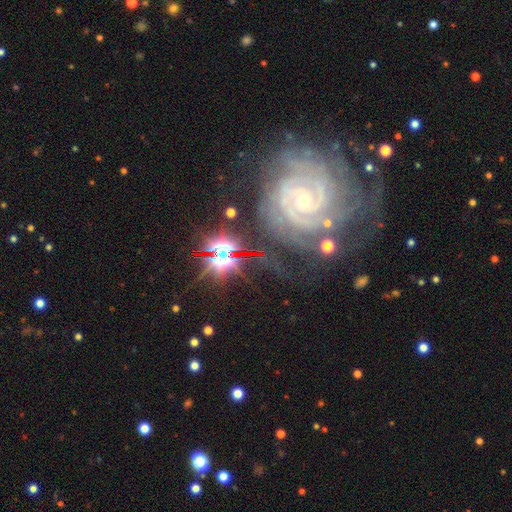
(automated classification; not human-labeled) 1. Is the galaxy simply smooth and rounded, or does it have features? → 81% featured or disk, 12% star or artifact, 6% smooth.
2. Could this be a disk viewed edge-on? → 97% no, 3% yes.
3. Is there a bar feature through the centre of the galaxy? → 56% no, 29% weak, 14% strong.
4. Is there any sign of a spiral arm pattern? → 98% yes, 2% no.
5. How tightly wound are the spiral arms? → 79% tight, 18% medium, 4% loose.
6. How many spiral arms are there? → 25% can't tell, 20% 4, 17% 3, 15% more than 4, 14% 2, 9% 1.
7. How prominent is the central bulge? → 77% small, 19% moderate, 2% large, 2% none, 1% dominant.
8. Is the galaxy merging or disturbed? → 72% none, 16% minor disturbance, 8% major disturbance, 4% merger.